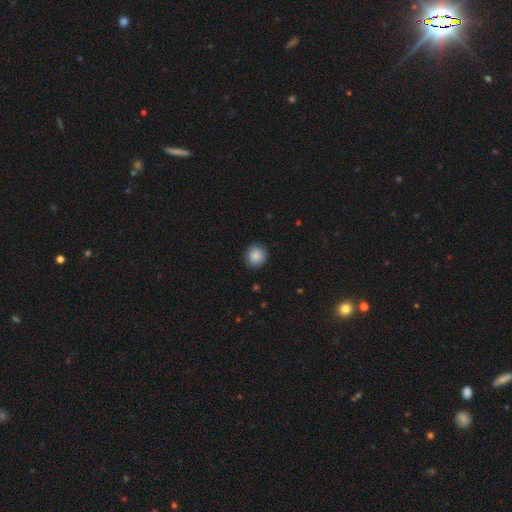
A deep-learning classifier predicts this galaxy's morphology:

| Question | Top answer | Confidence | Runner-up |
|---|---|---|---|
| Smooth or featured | smooth | 86% | star or artifact (8%) |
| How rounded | round | 91% | in between (8%) |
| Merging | none | 88% | minor disturbance (9%) |